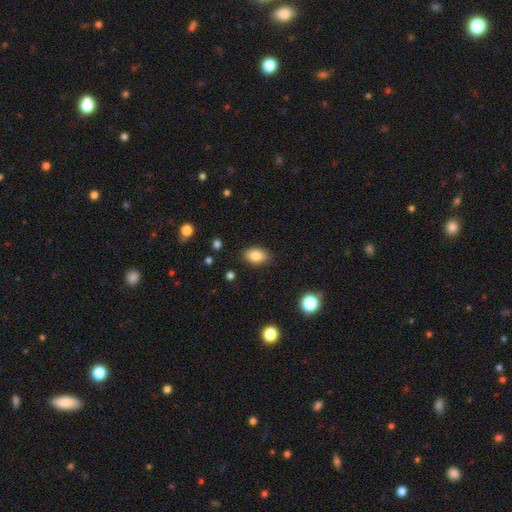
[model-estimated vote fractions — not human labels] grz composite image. It shows a smooth galaxy with no disk features (85%) that is in between round and cigar-shaped (88%). Merging: none (87%).